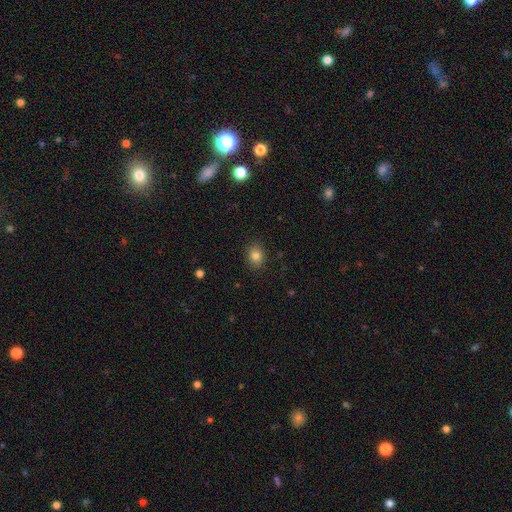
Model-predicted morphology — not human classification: smooth_or_featured: smooth (p=0.82) [alt: star or artifact p=0.11]
how_rounded: round (p=0.51) [alt: in between p=0.48]
merging: none (p=0.88) [alt: minor disturbance p=0.09]